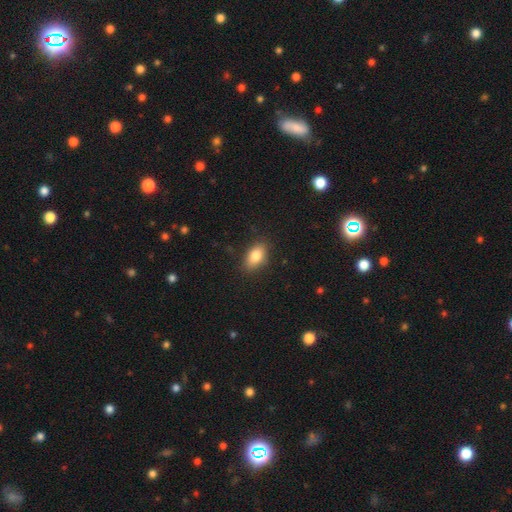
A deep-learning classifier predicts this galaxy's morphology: Smooth or featured?
  - smooth: 82% *
  - featured or disk: 10%
  - star or artifact: 8%
How rounded?
  - in between: 87% *
  - round: 9%
  - cigar-shaped: 4%
Merging?
  - none: 85% *
  - minor disturbance: 11%
  - major disturbance: 3%
  - merger: 1%